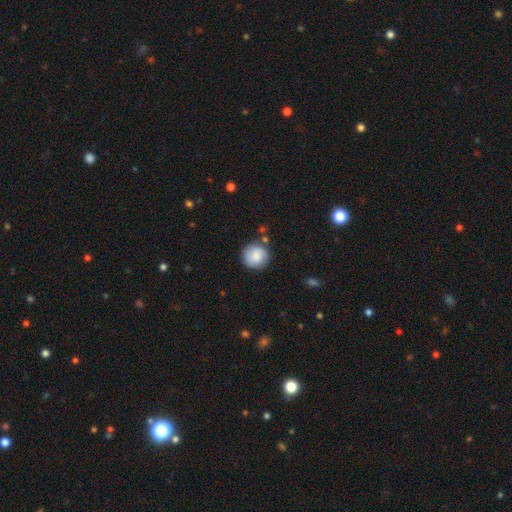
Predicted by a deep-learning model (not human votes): Q: Smooth or featured?
A: smooth (82%); runner-up: featured or disk (11%)
Q: How rounded?
A: round (92%); runner-up: in between (7%)
Q: Merging?
A: none (79%); runner-up: minor disturbance (13%)